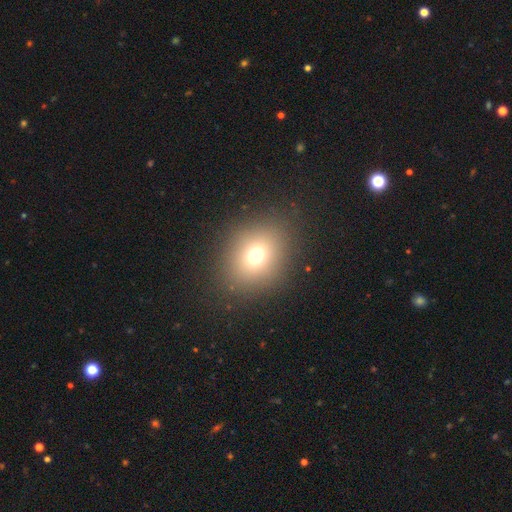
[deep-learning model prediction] Q: Smooth or featured?
A: smooth (70%); runner-up: star or artifact (20%)
Q: How rounded?
A: round (64%); runner-up: in between (35%)
Q: Merging?
A: none (86%); runner-up: minor disturbance (8%)